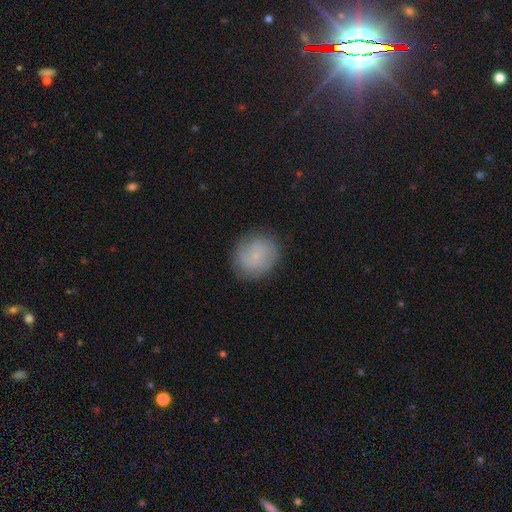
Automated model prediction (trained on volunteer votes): Smooth or featured?
  - smooth: 60% *
  - featured or disk: 30%
  - star or artifact: 10%
How rounded?
  - round: 75% *
  - in between: 24%
  - cigar-shaped: 1%
Merging?
  - none: 82% *
  - minor disturbance: 13%
  - major disturbance: 4%
  - merger: 1%